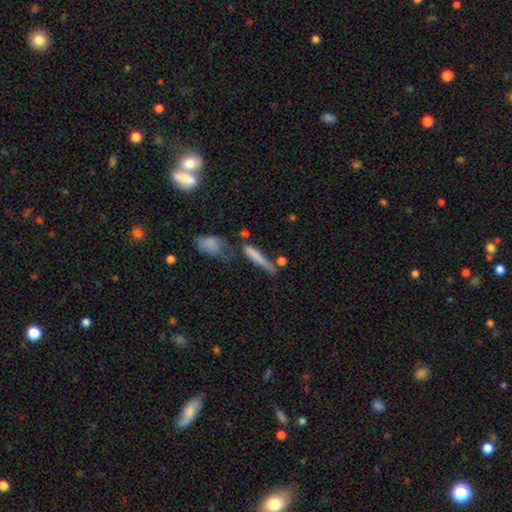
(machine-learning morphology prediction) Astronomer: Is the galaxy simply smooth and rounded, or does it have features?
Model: smooth — 69%.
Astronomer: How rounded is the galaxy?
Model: cigar-shaped — 83%.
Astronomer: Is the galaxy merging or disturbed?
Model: none — 43% (runner-up: minor disturbance, 22%).